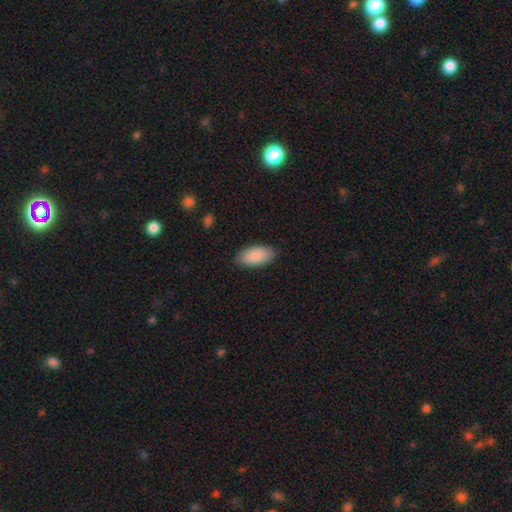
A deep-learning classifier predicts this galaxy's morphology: type=smooth (88%); roundness=in between (94%); merging=none (85%).